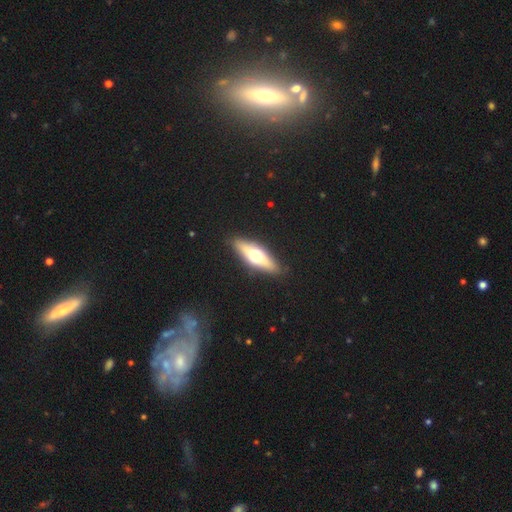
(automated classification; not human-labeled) Smooth or featured: featured or disk — 57% (smooth — 37%)
Edge-on disk: yes — 89% (no — 11%)
Edge-on bulge: rounded — 95% (boxy — 3%)
Merging: none — 89% (minor disturbance — 8%)